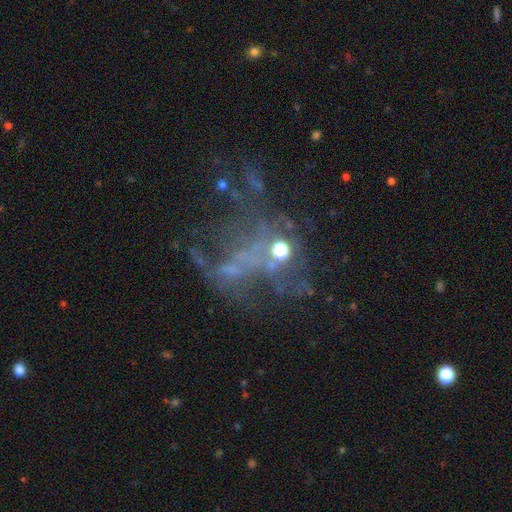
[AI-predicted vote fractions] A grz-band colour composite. It shows a featured or disk galaxy (48%). Merging: major disturbance (39%).